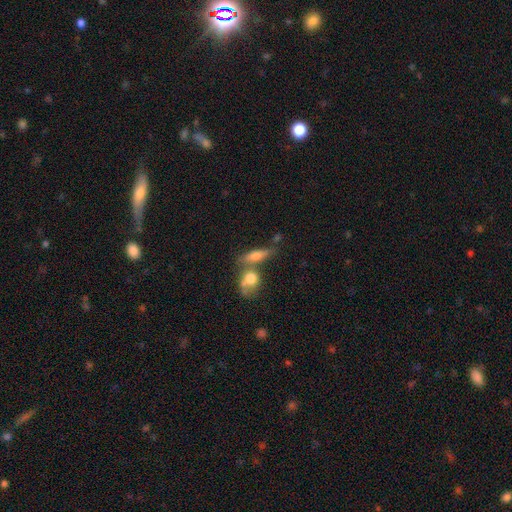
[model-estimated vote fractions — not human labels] Overall: smooth (66%; featured or disk 26%). How rounded: in between (48%; cigar-shaped 40%). Merging: none (47%; merger 34%).